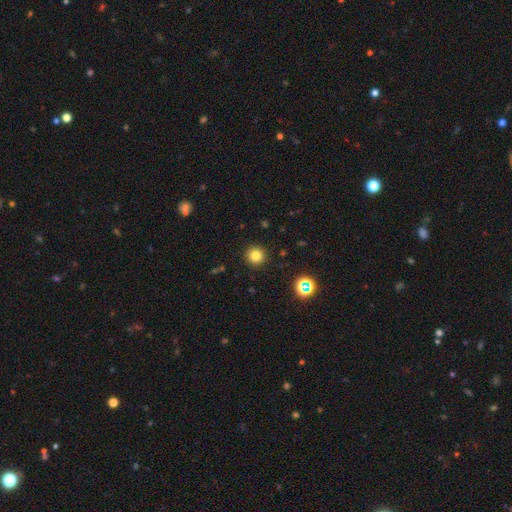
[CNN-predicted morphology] Smooth or featured? Predicted: smooth (p=0.80). How rounded? Predicted: round (p=0.95). Merging? Predicted: none (p=0.92).